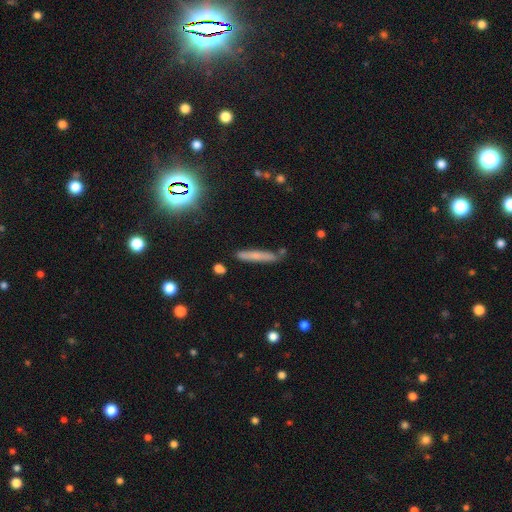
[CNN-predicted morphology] The model was most divided on "smooth or featured": smooth: 64%, featured or disk: 24%, star or artifact: 12%. More confident: how rounded — cigar-shaped (92%); merging — none (79%).